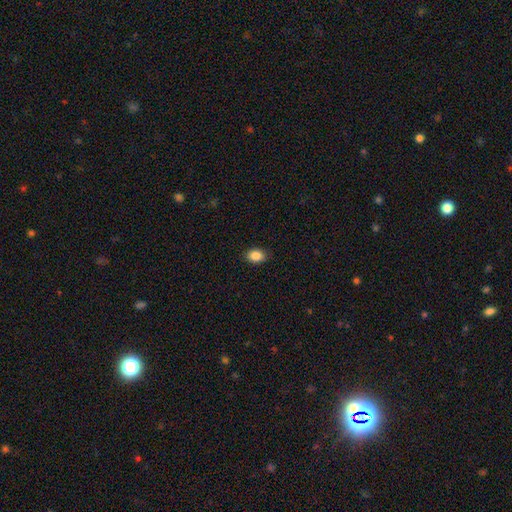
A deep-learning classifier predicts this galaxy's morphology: Q: Smooth or featured?
A: smooth (88%); runner-up: star or artifact (8%)
Q: How rounded?
A: in between (74%); runner-up: round (25%)
Q: Merging?
A: none (88%); runner-up: minor disturbance (9%)